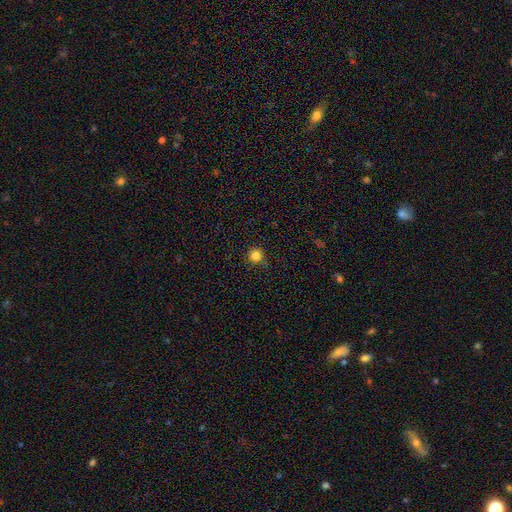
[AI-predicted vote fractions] Morphology: type=smooth (82%); roundness=round (95%); merging=none (88%).